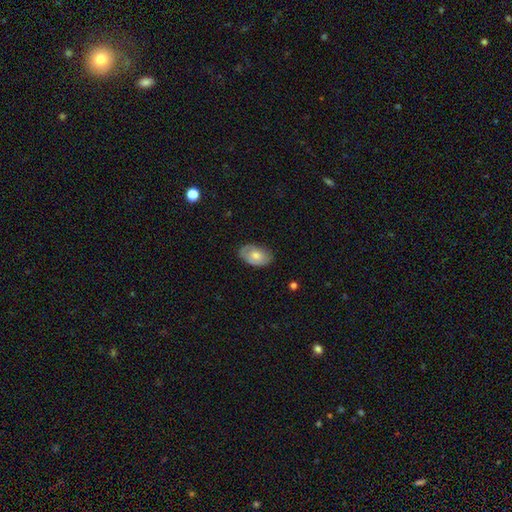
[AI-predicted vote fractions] smooth_or_featured: smooth (p=0.57) [alt: featured or disk p=0.36]
how_rounded: in between (p=0.89) [alt: round p=0.10]
merging: none (p=0.77) [alt: minor disturbance p=0.18]